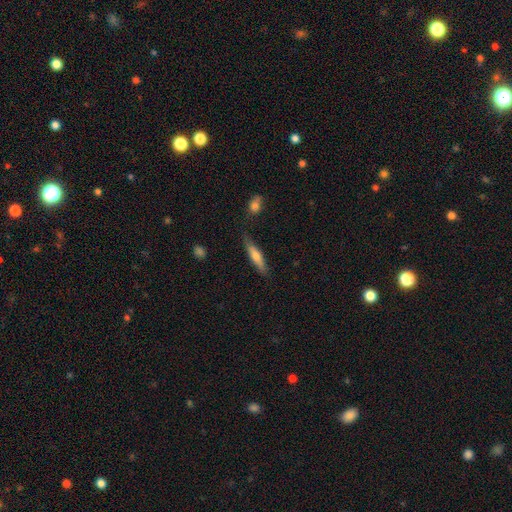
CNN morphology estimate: smooth-or-featured: smooth: 62% | featured or disk: 32% | star or artifact: 6%
  how-rounded: cigar-shaped: 82% | in between: 16% | round: 2%
  merging: none: 80% | minor disturbance: 14% | major disturbance: 3% | merger: 3%